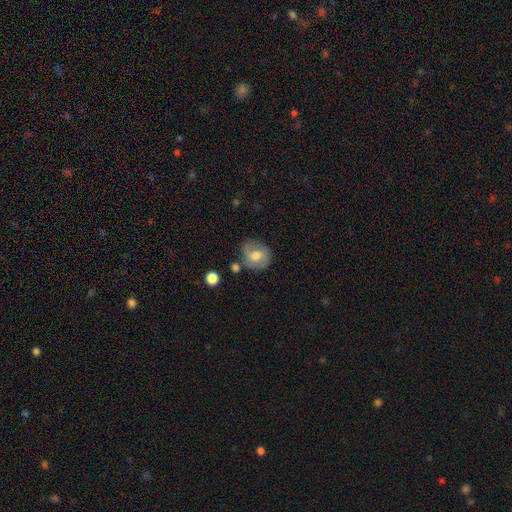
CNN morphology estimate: featured or disk 47%, smooth 45%, star or artifact 8%. Down the decision tree: merging — none (71%).